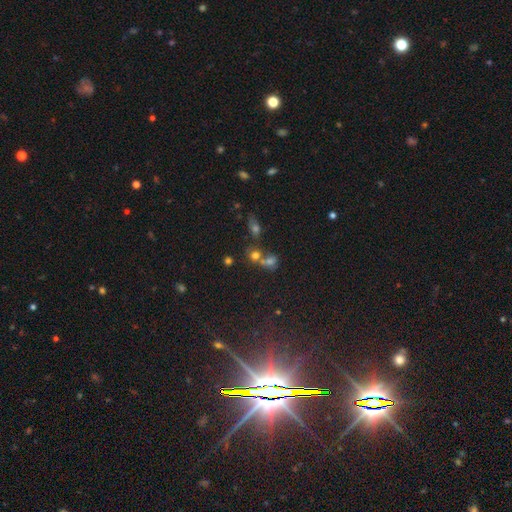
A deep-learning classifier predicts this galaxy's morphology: smooth_or_featured: smooth (p=0.65) [alt: star or artifact p=0.21]
how_rounded: round (p=0.72) [alt: in between p=0.26]
merging: merger (p=0.45) [alt: none p=0.42]